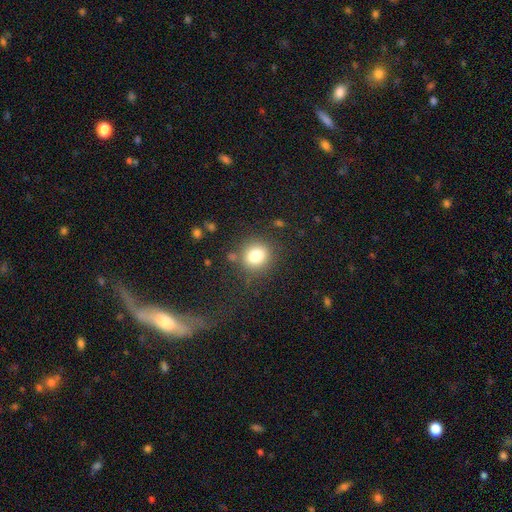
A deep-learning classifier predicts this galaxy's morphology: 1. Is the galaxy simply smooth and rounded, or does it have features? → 81% smooth, 11% star or artifact, 8% featured or disk.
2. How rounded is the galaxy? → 77% round, 22% in between, 1% cigar-shaped.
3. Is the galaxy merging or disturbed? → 80% none, 11% minor disturbance, 5% major disturbance, 4% merger.